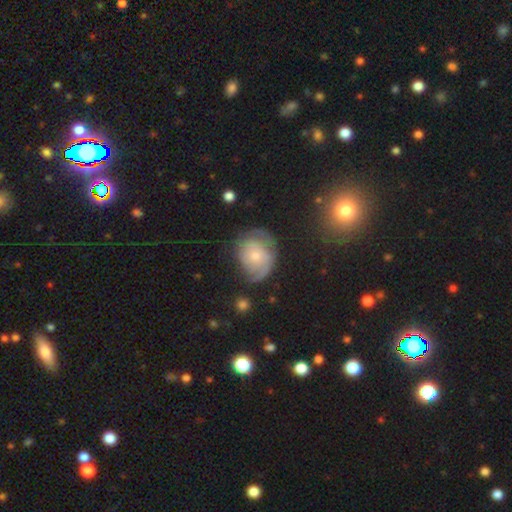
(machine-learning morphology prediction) featured or disk 57%, smooth 35%, star or artifact 8%. Down the decision tree: edge-on disk — no (96%); bar — no (79%); spiral arms — yes (79%); bulge size — small (61%); merging — none (50%).